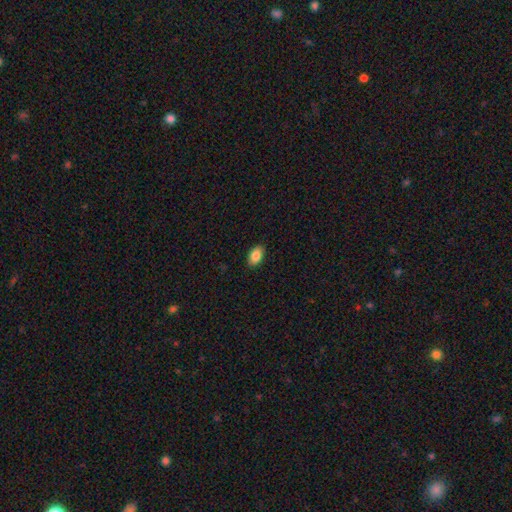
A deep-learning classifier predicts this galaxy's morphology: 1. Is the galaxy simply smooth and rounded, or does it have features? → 86% smooth, 7% star or artifact, 7% featured or disk.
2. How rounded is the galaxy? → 91% in between, 8% round, 2% cigar-shaped.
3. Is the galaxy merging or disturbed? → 88% none, 9% minor disturbance, 2% major disturbance, 1% merger.